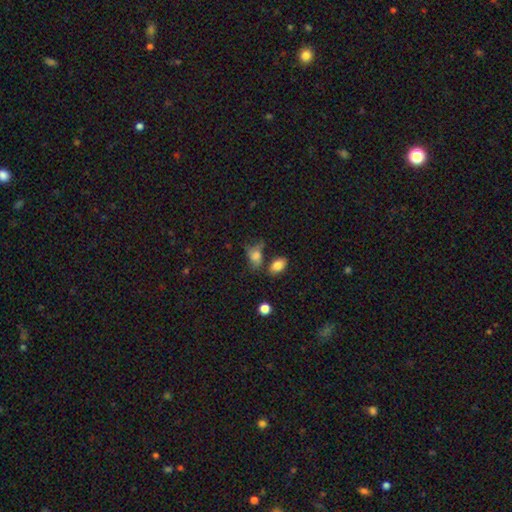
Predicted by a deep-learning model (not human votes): This is likely a smooth galaxy (72%). How rounded: clearly in between (82%). Merging: marginally none (42%).